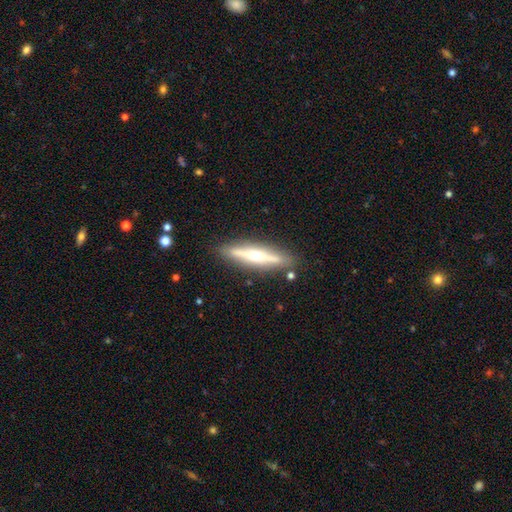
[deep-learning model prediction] featured or disk 62%, smooth 32%, star or artifact 6%. Down the decision tree: edge-on disk — yes (93%); edge-on bulge — rounded (84%); merging — none (85%).